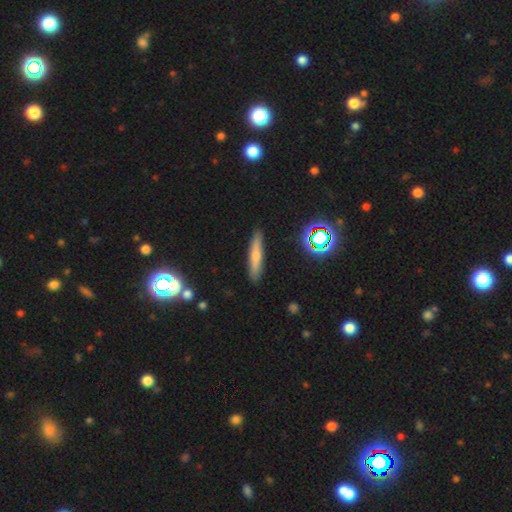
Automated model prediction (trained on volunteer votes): The model was most divided on "smooth or featured": smooth: 61%, featured or disk: 29%, star or artifact: 11%. More confident: merging — none (89%); how rounded — cigar-shaped (87%).